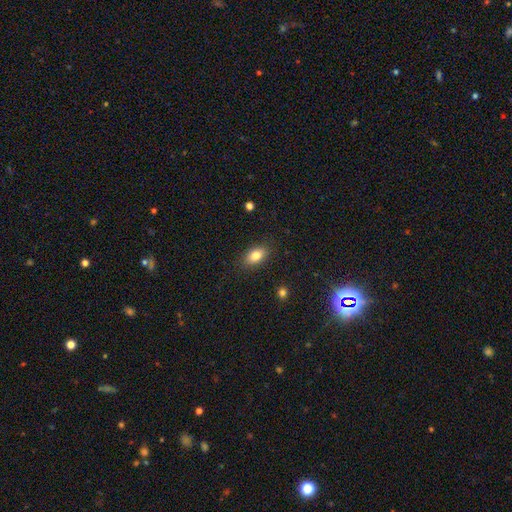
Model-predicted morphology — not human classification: This is clearly a smooth galaxy (82%). How rounded: clearly in between (87%). Merging: clearly none (86%).